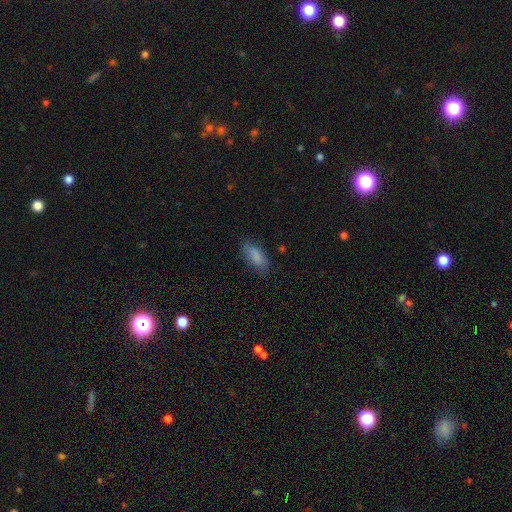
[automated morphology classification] A smooth galaxy with no disk features (82%) that is in between round and cigar-shaped (78%).

Vote fractions:
- Smooth or featured? smooth: 82% / featured or disk: 10% / star or artifact: 8%
- How rounded? in between: 78% / cigar-shaped: 20% / round: 2%
- Merging? none: 69% / minor disturbance: 23% / major disturbance: 6% / merger: 2%